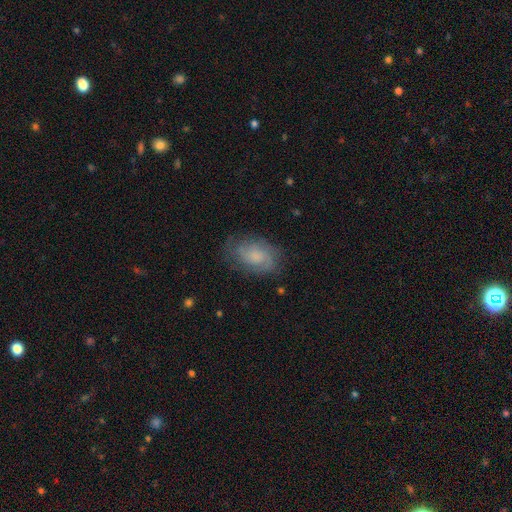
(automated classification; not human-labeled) This is possibly a featured or disk galaxy (54%). It is clearly not viewed edge-on (96%). Bar: likely no (69%). Spiral arm pattern: clearly yes (87%). Central bulge: marginally moderate (31%). Merging: likely none (73%).